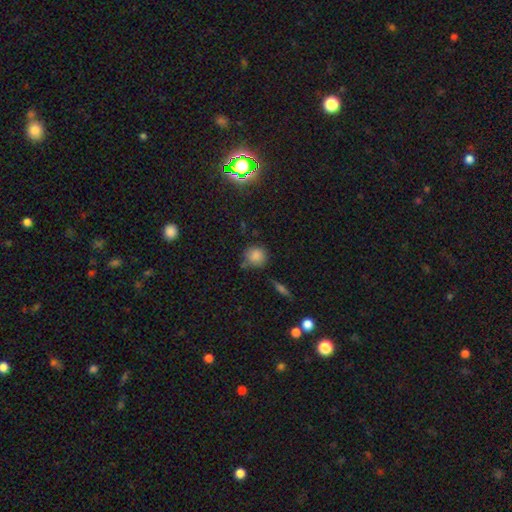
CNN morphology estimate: A smooth galaxy with no disk features (82%) that is round (87%).

Vote fractions:
- Smooth or featured? smooth: 82% / star or artifact: 12% / featured or disk: 6%
- How rounded? round: 87% / in between: 12% / cigar-shaped: 1%
- Merging? none: 70% / minor disturbance: 19% / merger: 7% / major disturbance: 5%